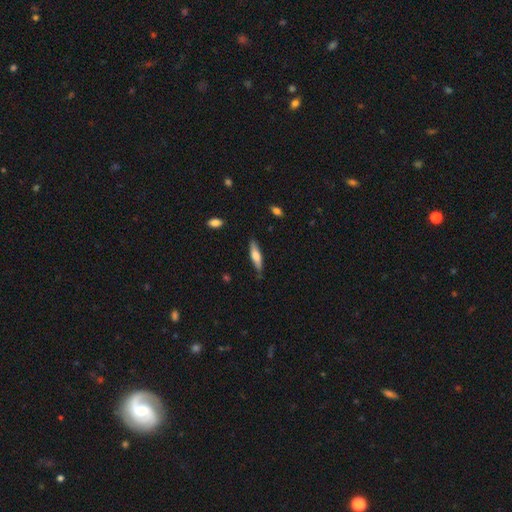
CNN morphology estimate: A smooth galaxy with no disk features (63%) that is cigar-shaped (70%). Merging: none (77%).